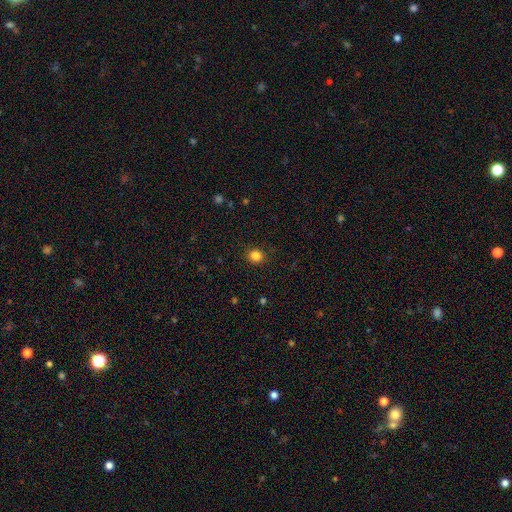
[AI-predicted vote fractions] A smooth galaxy with no disk features (84%) that is round (86%). Merging: none (90%).